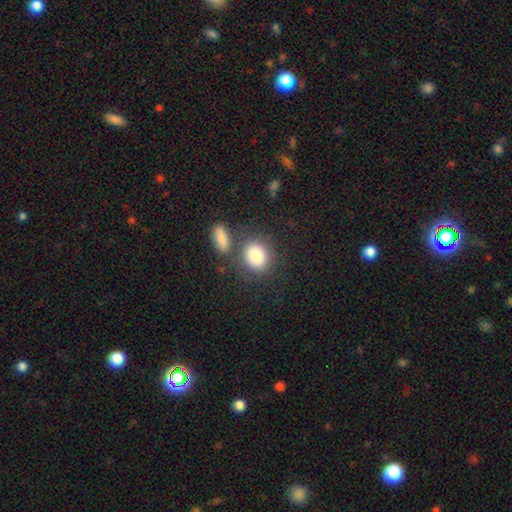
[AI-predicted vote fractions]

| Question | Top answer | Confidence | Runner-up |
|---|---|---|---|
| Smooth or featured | smooth | 85% | star or artifact (8%) |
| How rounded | round | 50% | in between (48%) |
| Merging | none | 62% | merger (20%) |